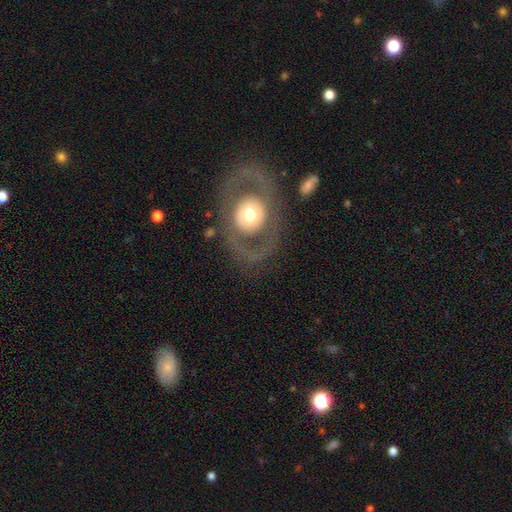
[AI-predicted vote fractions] Overall: featured or disk (76%). Edge-on disk: no (95%). Bar: no (79%). Spiral arms: yes (50%, tied with no). Bulge size: moderate (60%; large 26%). Merging: none (81%).